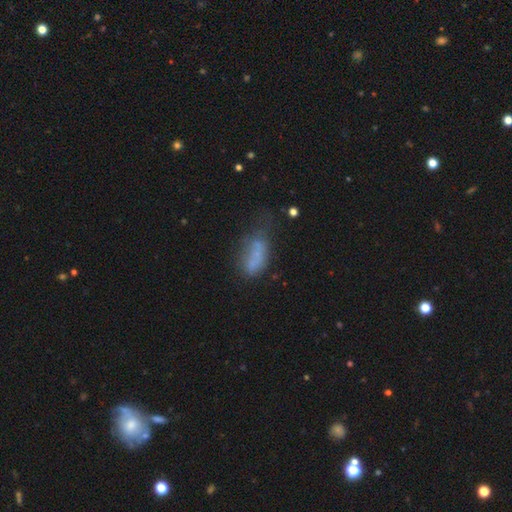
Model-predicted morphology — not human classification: The model was most divided on "merging": none: 31%, major disturbance: 28%, minor disturbance: 28%, merger: 13%. More confident: how rounded — in between (79%); smooth or featured — smooth (60%).